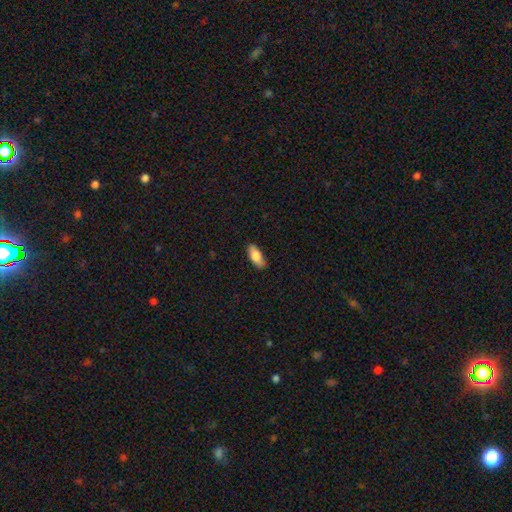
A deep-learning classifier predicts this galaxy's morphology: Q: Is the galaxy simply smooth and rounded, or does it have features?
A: smooth — 79%.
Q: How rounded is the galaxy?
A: in between — 81%.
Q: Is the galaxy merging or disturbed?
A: none — 85%.